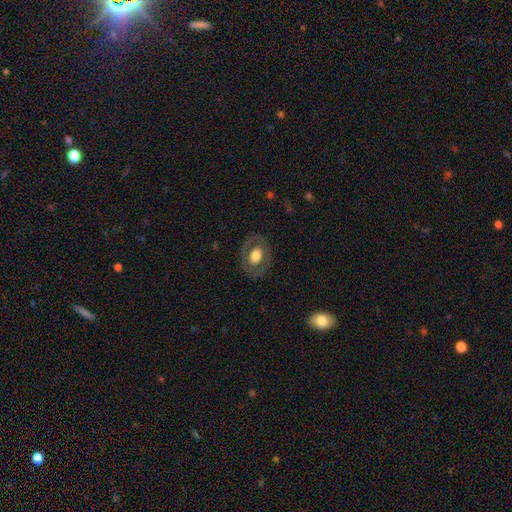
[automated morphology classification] type=smooth (53%); roundness=in between (72%); merging=none (81%).